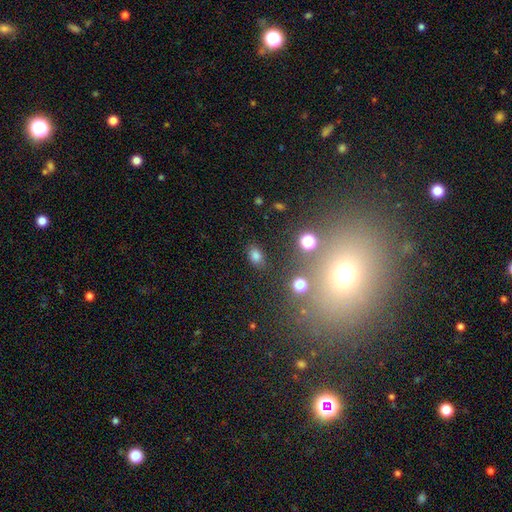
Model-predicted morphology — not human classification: Smooth or featured? smooth (75%)
How rounded? in between (80%)
Merging? none (83%)